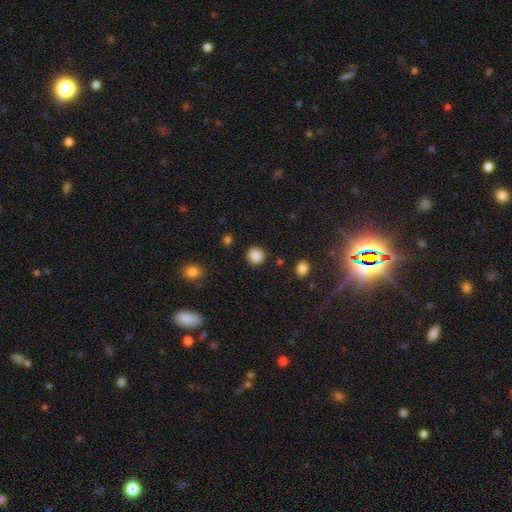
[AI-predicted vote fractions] A smooth galaxy with no disk features (87%) that is round (87%). Merging: none (87%).